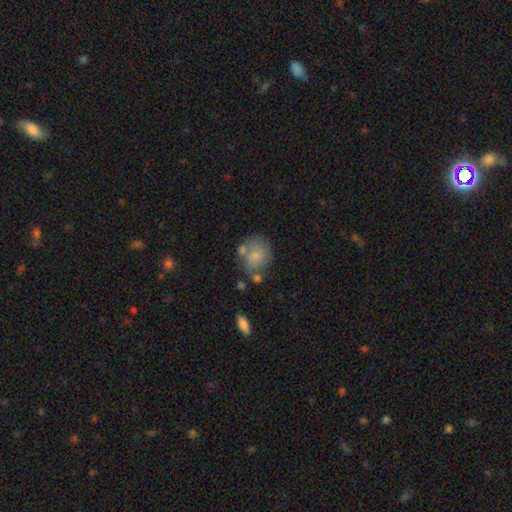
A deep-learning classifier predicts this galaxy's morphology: Smooth or featured: smooth — 66% (featured or disk — 26%)
How rounded: round — 75% (in between — 24%)
Merging: none — 53% (minor disturbance — 20%)